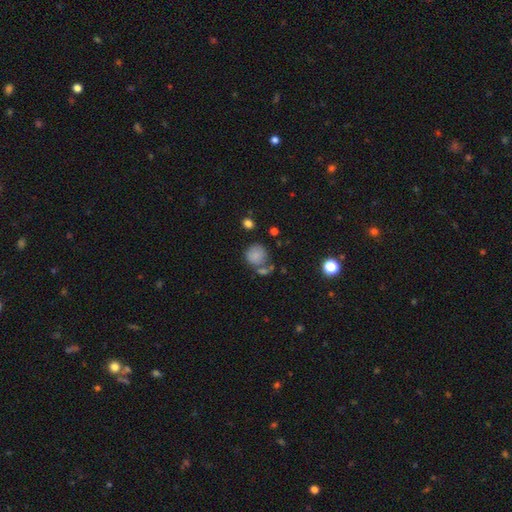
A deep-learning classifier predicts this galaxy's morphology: Q: Smooth or featured?
A: smooth (81%); runner-up: star or artifact (11%)
Q: How rounded?
A: round (84%); runner-up: in between (15%)
Q: Merging?
A: none (55%); runner-up: merger (19%)